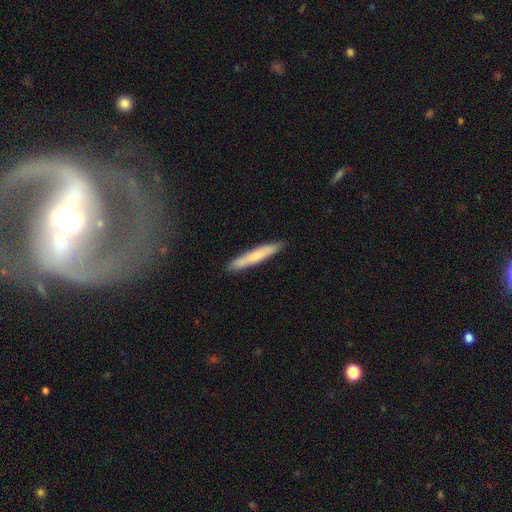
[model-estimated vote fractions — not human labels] smooth_or_featured: smooth (p=0.67) [alt: featured or disk p=0.27]
how_rounded: cigar-shaped (p=0.94) [alt: in between p=0.05]
merging: none (p=0.89) [alt: minor disturbance p=0.08]